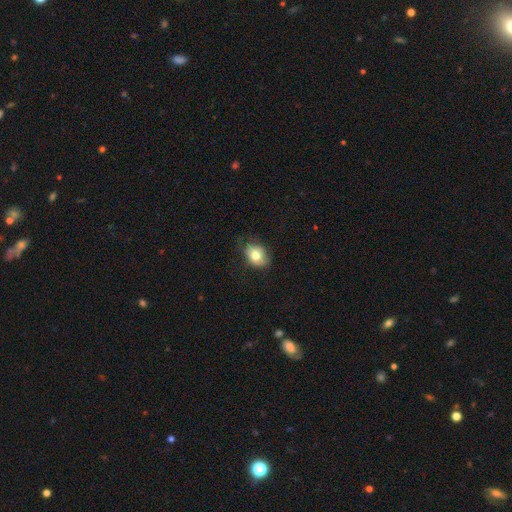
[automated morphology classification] type=smooth (75%); roundness=in between (64%); merging=none (63%).